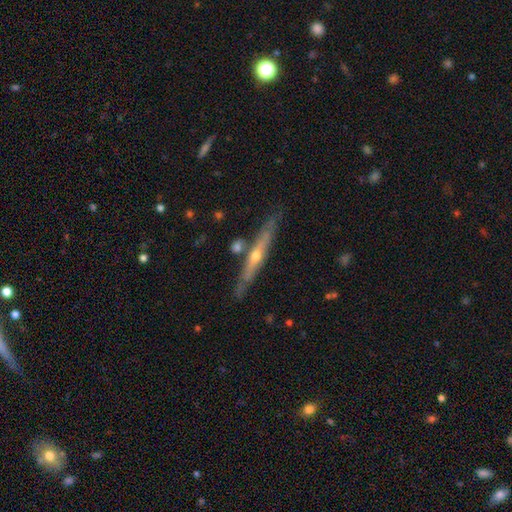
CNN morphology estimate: A featured or disk galaxy (74%) viewed edge-on (94%) with a rounded central bulge (79%).

Vote fractions:
- Smooth or featured? featured or disk: 74% / smooth: 20% / star or artifact: 6%
- Edge-on disk? yes: 94% / no: 6%
- Edge-on bulge? rounded: 79% / none: 18% / boxy: 3%
- Merging? none: 82% / minor disturbance: 11% / merger: 5% / major disturbance: 2%